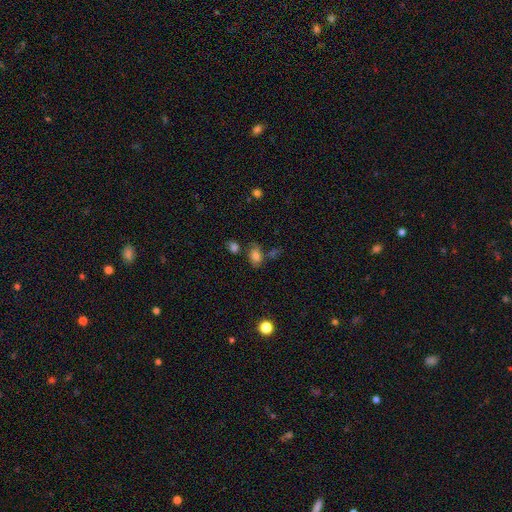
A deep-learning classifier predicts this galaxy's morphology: Smooth or featured?
  - smooth: 69% *
  - featured or disk: 17%
  - star or artifact: 14%
How rounded?
  - in between: 79% *
  - round: 19%
  - cigar-shaped: 2%
Merging?
  - none: 50% *
  - minor disturbance: 22%
  - merger: 16%
  - major disturbance: 12%